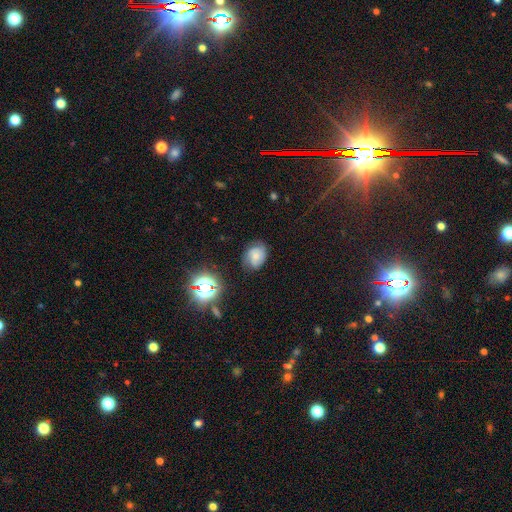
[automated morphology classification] smooth 54%, featured or disk 30%, star or artifact 16%. Down the decision tree: how rounded — in between (59%); merging — none (67%).